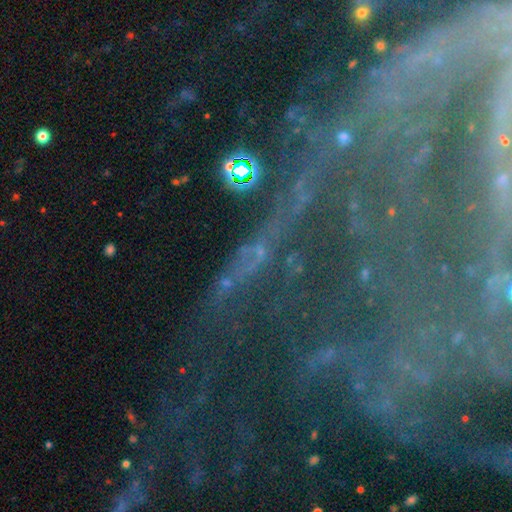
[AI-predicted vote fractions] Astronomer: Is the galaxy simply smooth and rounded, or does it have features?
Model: star or artifact — 65%.